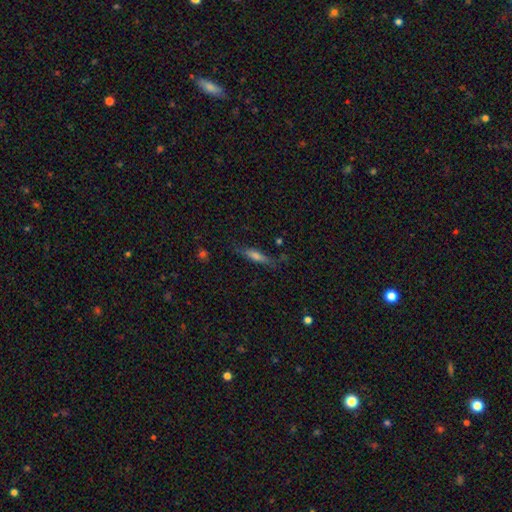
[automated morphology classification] This is possibly a smooth galaxy (50%). Merging: likely none (74%).